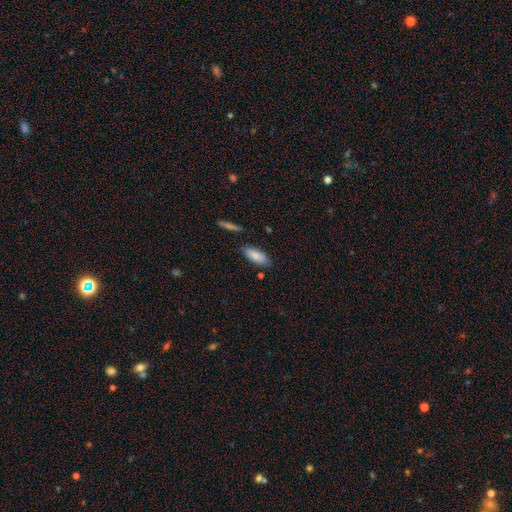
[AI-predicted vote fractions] smooth 84%, featured or disk 10%, star or artifact 6%. Down the decision tree: how rounded — in between (76%); merging — none (77%).